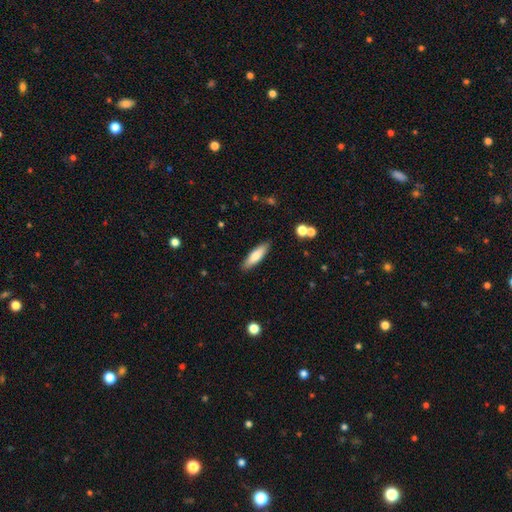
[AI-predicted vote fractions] Smooth or featured: smooth — 74% (featured or disk — 20%)
How rounded: cigar-shaped — 63% (in between — 35%)
Merging: none — 88% (minor disturbance — 8%)